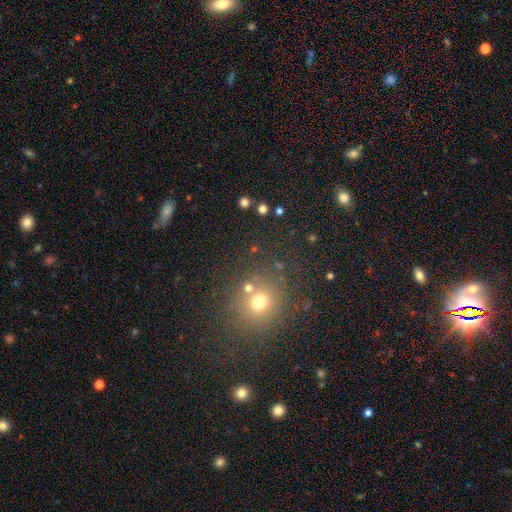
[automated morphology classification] Smooth or featured: smooth — 47% (star or artifact — 45%)
Merging: none — 81% (minor disturbance — 8%)